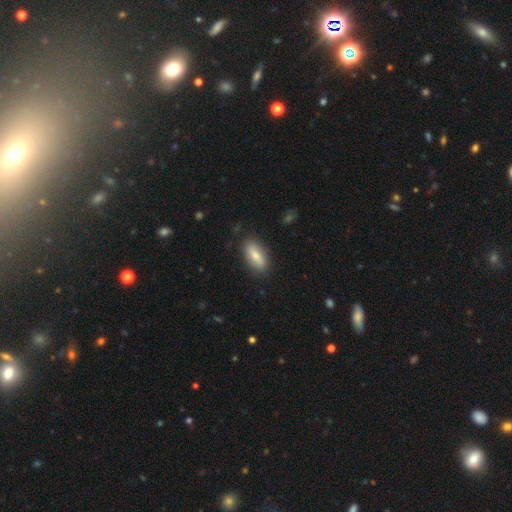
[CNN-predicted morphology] The model was most divided on "how rounded": in between: 78%, cigar-shaped: 19%, round: 3%. More confident: merging — none (84%); smooth or featured — smooth (77%).